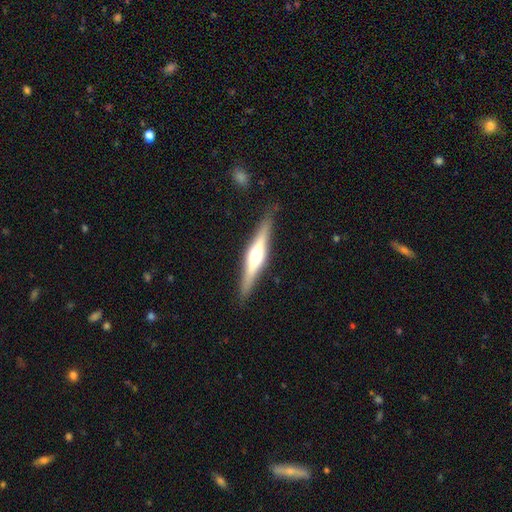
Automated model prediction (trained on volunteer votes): This appears to be a featured or disk galaxy (68%) viewed edge-on (96%) with a rounded central bulge (91%). Merging: none (88%).